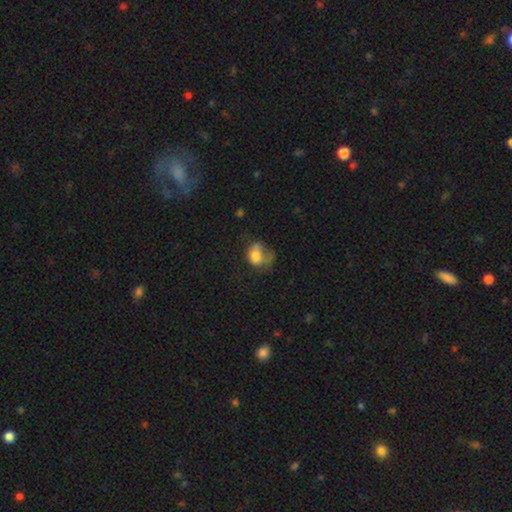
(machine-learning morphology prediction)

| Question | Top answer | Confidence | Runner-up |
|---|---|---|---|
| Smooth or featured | smooth | 69% | featured or disk (21%) |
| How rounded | in between | 66% | round (33%) |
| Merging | major disturbance | 47% | minor disturbance (24%) |